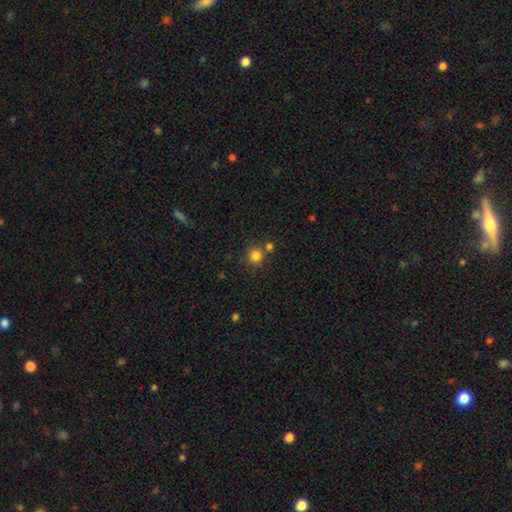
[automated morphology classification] smooth_or_featured: smooth (p=0.82) [alt: star or artifact p=0.13]
how_rounded: round (p=0.93) [alt: in between p=0.06]
merging: none (p=0.73) [alt: merger p=0.16]